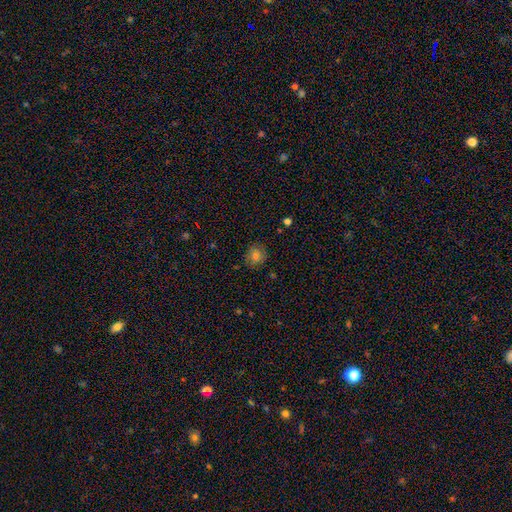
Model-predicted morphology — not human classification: smooth-or-featured: smooth: 77% | star or artifact: 14% | featured or disk: 9%
  how-rounded: round: 81% | in between: 18% | cigar-shaped: 1%
  merging: none: 84% | minor disturbance: 12% | major disturbance: 3% | merger: 1%